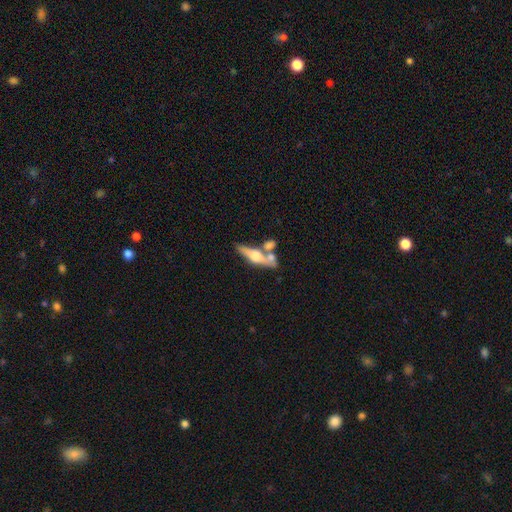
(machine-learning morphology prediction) This is likely a featured or disk galaxy (63%). It is clearly viewed edge-on (86%). Edge-on bulge: clearly rounded (94%). Merging: possibly none (46%).